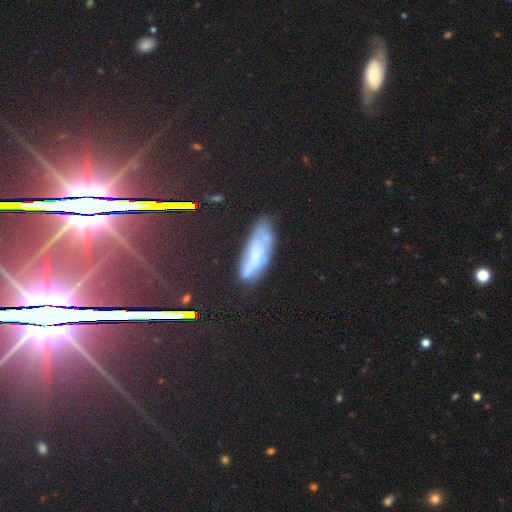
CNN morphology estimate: Overall: smooth (50%; featured or disk 37%). How rounded: cigar-shaped (52%; in between 46%). Merging: none (60%; minor disturbance 26%).